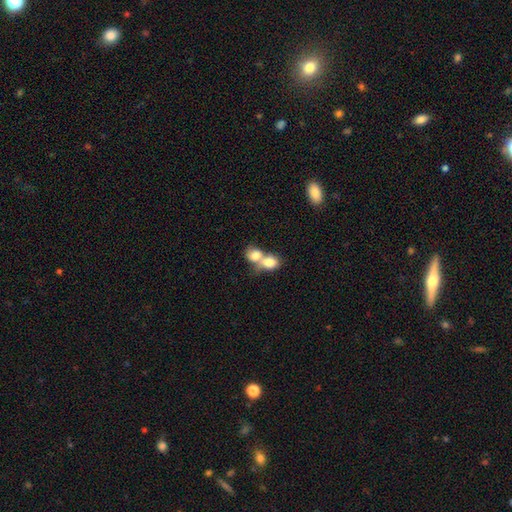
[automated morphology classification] This is likely a smooth galaxy (77%). How rounded: possibly in between (51%). Merging: likely merger (78%).